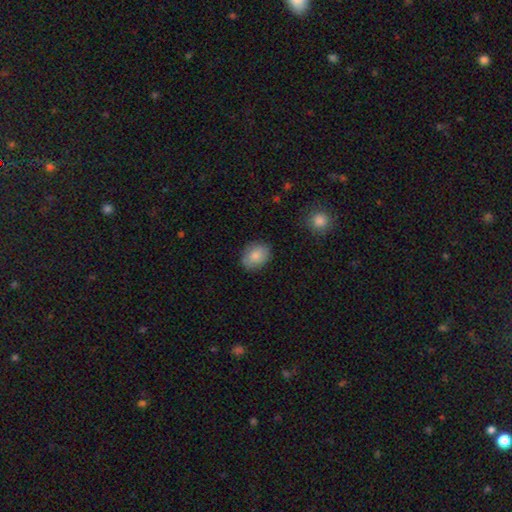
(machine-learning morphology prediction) smooth_or_featured: smooth (p=0.86) [alt: featured or disk p=0.07]
how_rounded: in between (p=0.63) [alt: round p=0.36]
merging: none (p=0.83) [alt: minor disturbance p=0.13]